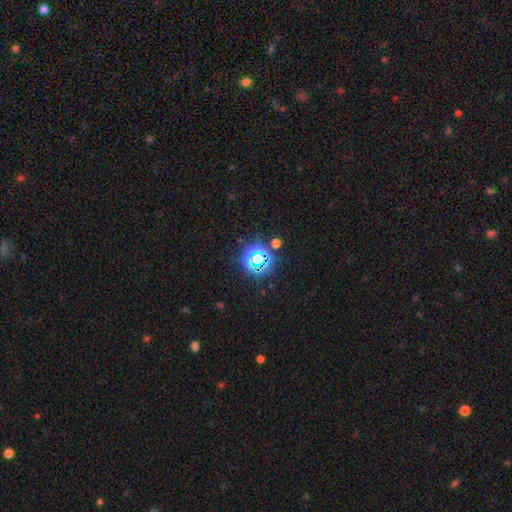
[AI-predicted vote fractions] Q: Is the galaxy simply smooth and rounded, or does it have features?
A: star or artifact — 60%.